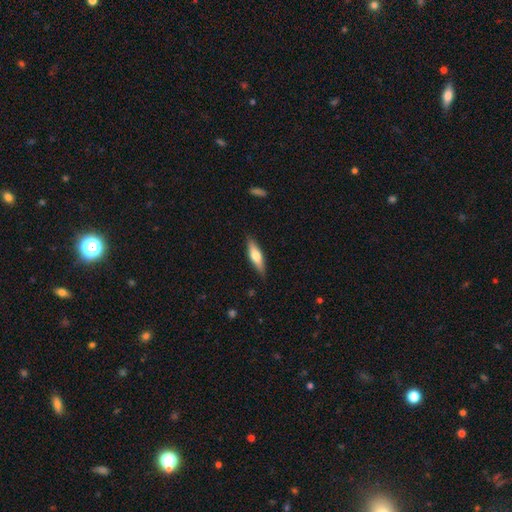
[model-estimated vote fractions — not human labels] Overall: smooth (55%; featured or disk 39%). How rounded: cigar-shaped (64%; in between 34%). Merging: none (85%).